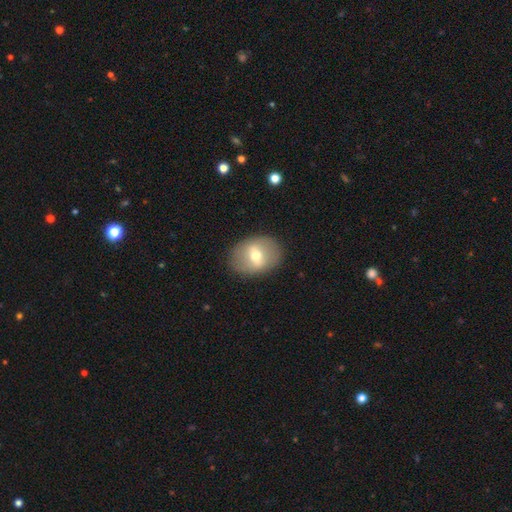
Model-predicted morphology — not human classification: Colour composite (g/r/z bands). It shows a smooth galaxy with no disk features (51%) that is in between round and cigar-shaped (65%). Merging: none (85%).